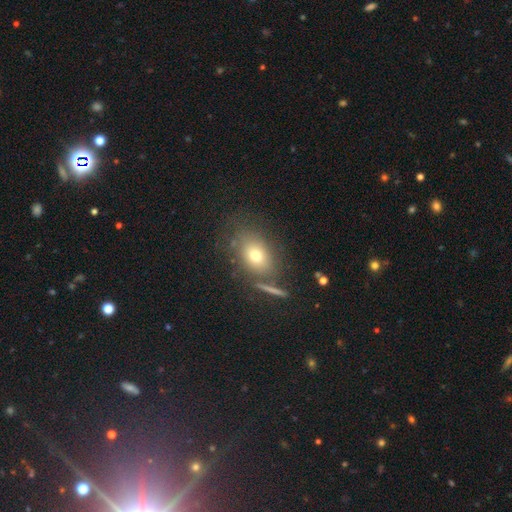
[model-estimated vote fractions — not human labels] Overall: smooth (69%). How rounded: in between (63%; round 35%). Merging: none (70%).